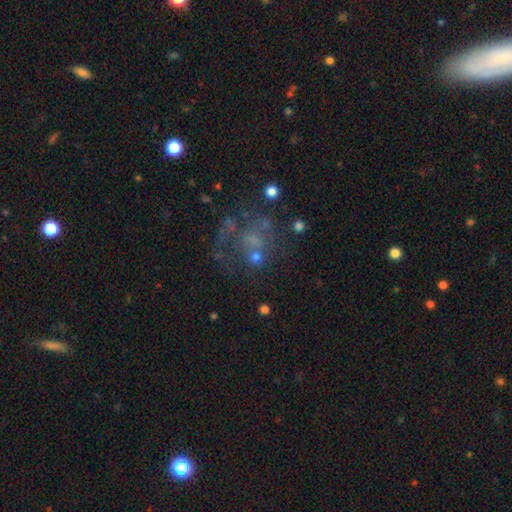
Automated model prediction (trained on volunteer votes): Smooth or featured? featured or disk (39%)
Merging? none (42%)